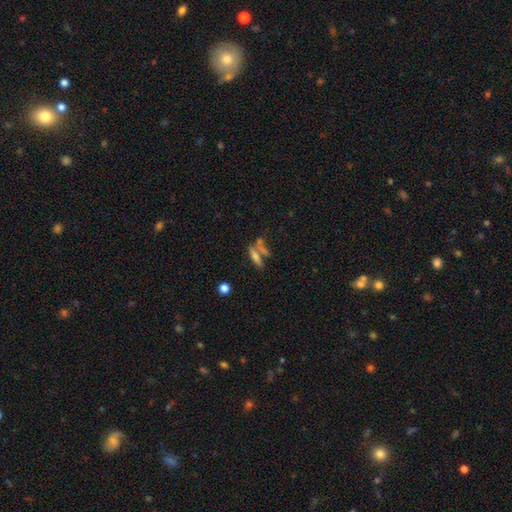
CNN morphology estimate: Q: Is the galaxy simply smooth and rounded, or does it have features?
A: smooth — 46%.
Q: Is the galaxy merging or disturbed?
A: none — 49%.